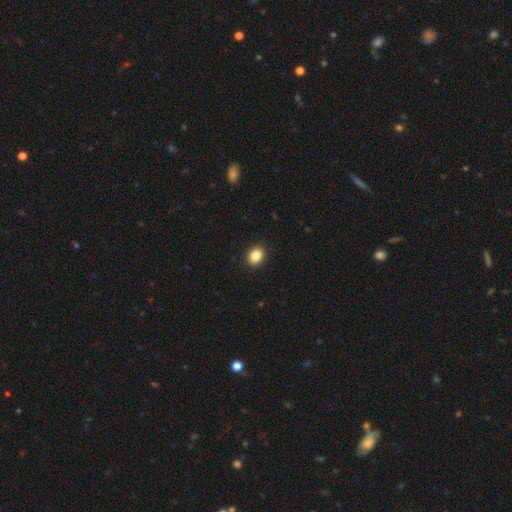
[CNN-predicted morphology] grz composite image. It shows a smooth galaxy with no disk features (86%) that is round (54%). Merging: none (92%).